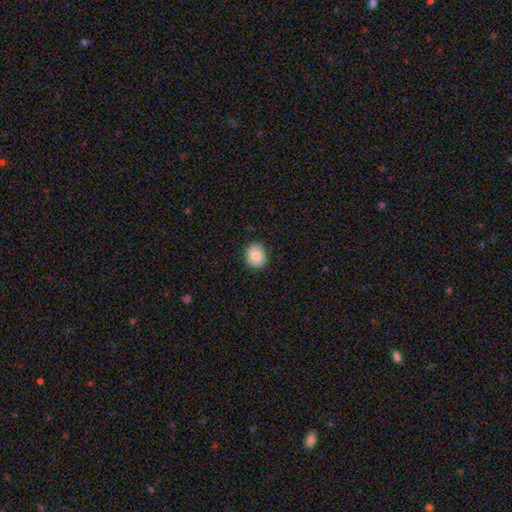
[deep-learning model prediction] Morphology: type=smooth (81%); roundness=round (71%); merging=none (86%).